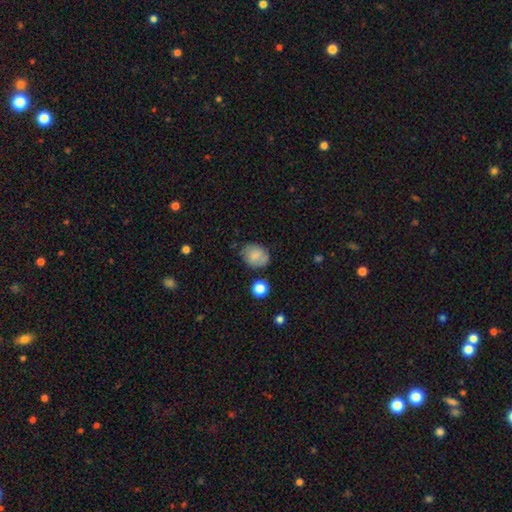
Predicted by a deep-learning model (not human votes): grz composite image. It shows a smooth galaxy with no disk features (76%) that is in between round and cigar-shaped (51%). Merging: none (69%).